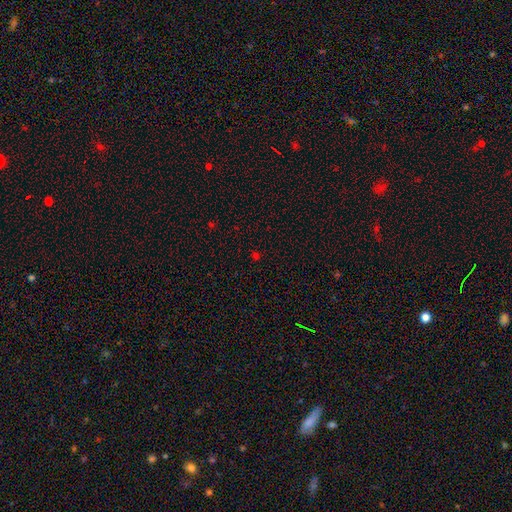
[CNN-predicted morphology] Smooth or featured? Predicted: star or artifact (p=0.51).